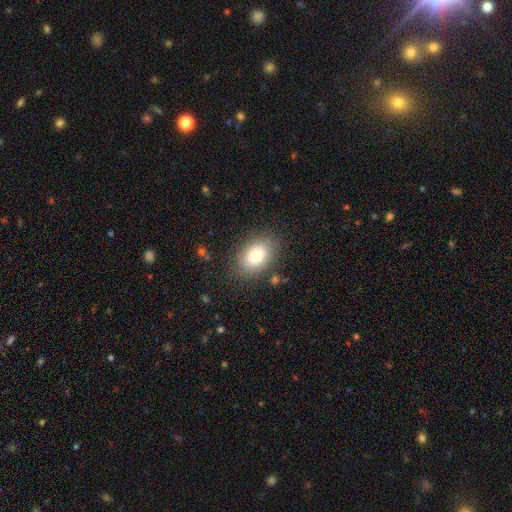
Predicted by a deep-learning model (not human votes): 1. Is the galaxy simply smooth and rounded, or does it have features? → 79% smooth, 13% featured or disk, 9% star or artifact.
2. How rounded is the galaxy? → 84% in between, 15% round, 1% cigar-shaped.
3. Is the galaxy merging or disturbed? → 83% none, 11% minor disturbance, 4% major disturbance, 2% merger.